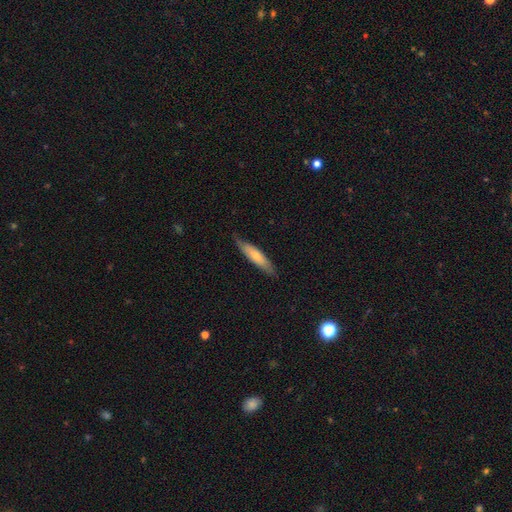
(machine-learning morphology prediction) type=smooth (63%); roundness=cigar-shaped (76%); merging=none (77%).